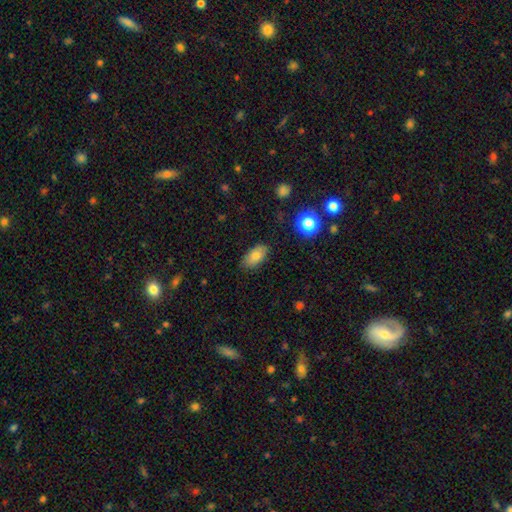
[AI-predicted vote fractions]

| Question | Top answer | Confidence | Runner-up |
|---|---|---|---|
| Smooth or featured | smooth | 80% | featured or disk (11%) |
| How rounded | in between | 91% | round (5%) |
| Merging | none | 83% | minor disturbance (13%) |